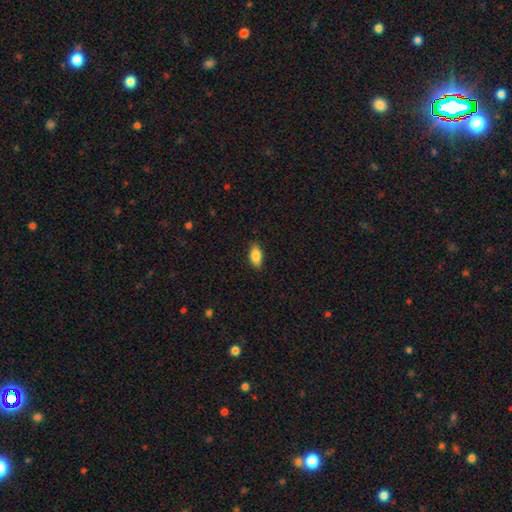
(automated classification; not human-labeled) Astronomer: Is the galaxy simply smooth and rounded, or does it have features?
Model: smooth — 86%.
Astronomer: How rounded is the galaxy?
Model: in between — 89%.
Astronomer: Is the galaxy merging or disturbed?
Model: none — 87%.